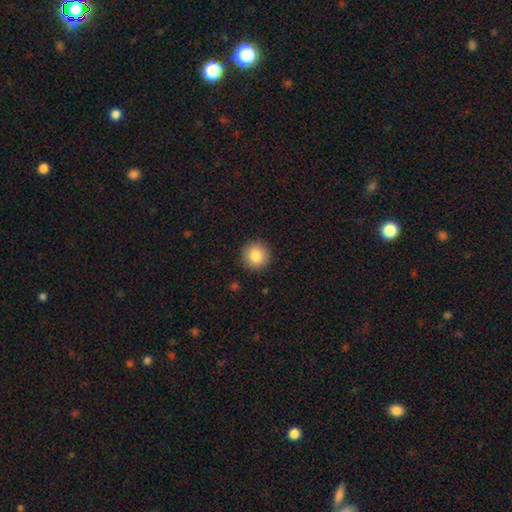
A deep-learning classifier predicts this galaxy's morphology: Smooth or featured? Predicted: smooth (p=0.84). How rounded? Predicted: round (p=0.95). Merging? Predicted: none (p=0.92).